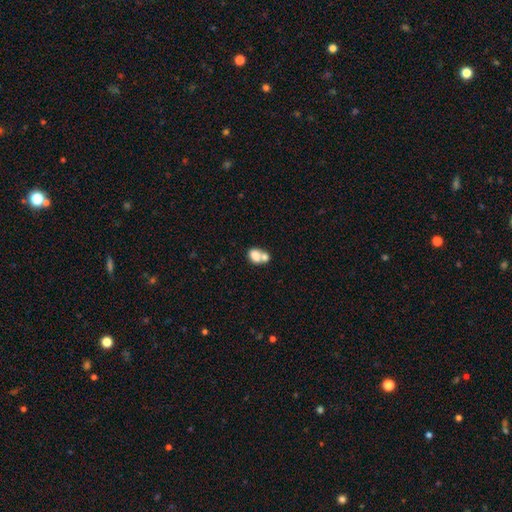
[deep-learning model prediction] Smooth or featured?
  - smooth: 75% *
  - featured or disk: 15%
  - star or artifact: 9%
How rounded?
  - in between: 67% *
  - round: 32%
  - cigar-shaped: 1%
Merging?
  - merger: 60% *
  - none: 27%
  - minor disturbance: 8%
  - major disturbance: 5%